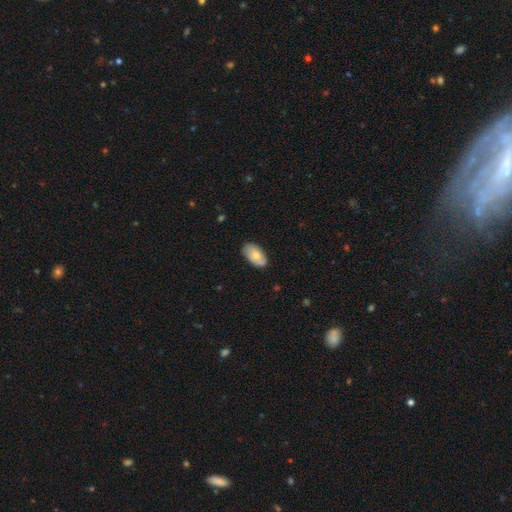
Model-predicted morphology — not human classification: Smooth or featured: smooth — 72% (featured or disk — 22%)
How rounded: in between — 94% (round — 4%)
Merging: none — 78% (minor disturbance — 18%)